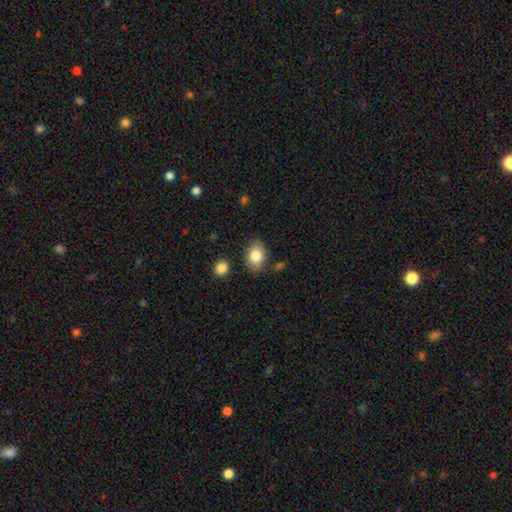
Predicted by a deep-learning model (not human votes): This is clearly a smooth galaxy (83%). How rounded: clearly in between (80%). Merging: clearly none (81%).